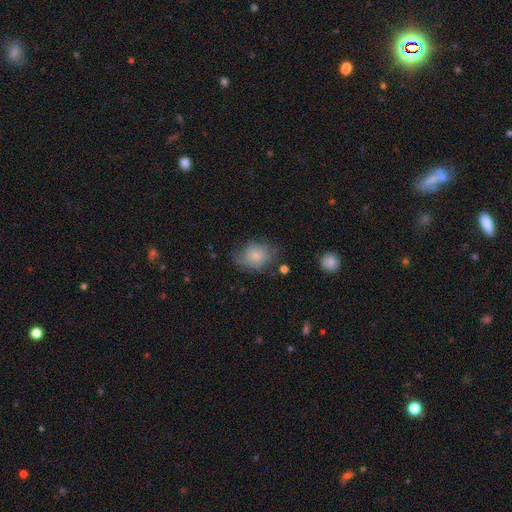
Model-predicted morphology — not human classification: Smooth or featured? Predicted: smooth (p=0.71). How rounded? Predicted: in between (p=0.53). Merging? Predicted: none (p=0.49).